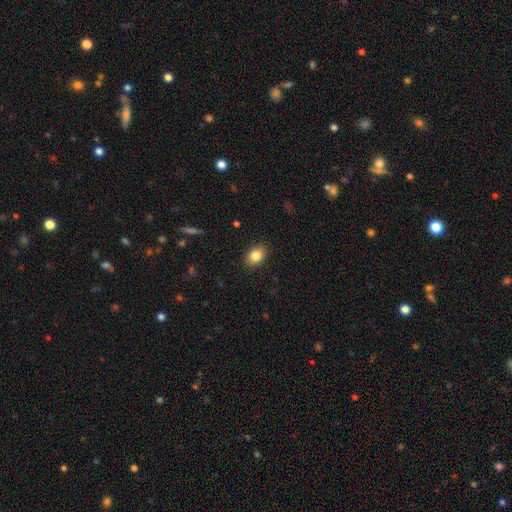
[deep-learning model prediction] smooth-or-featured: smooth: 84% | star or artifact: 9% | featured or disk: 8%
  how-rounded: in between: 73% | round: 25% | cigar-shaped: 1%
  merging: none: 88% | minor disturbance: 8% | major disturbance: 2% | merger: 1%